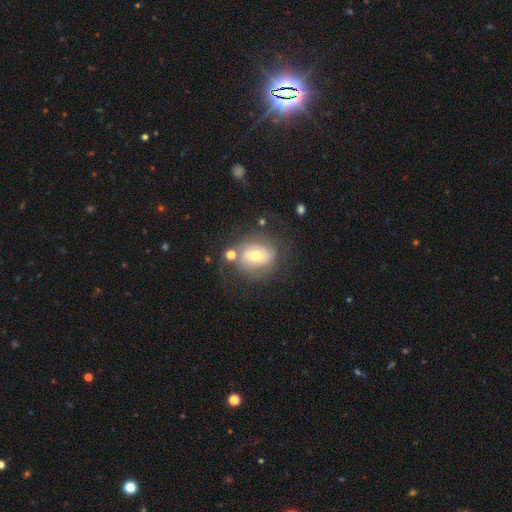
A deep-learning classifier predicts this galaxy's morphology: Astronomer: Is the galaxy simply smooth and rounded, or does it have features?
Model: featured or disk — 53% (runner-up: smooth, 37%).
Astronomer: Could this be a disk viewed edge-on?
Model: no — 95%.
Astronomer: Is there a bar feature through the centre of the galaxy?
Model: no — 44% (runner-up: weak, 36%).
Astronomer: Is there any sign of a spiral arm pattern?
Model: yes — 62% (runner-up: no, 38%).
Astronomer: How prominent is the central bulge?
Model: moderate — 63%.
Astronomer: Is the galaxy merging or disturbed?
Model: none — 63%.